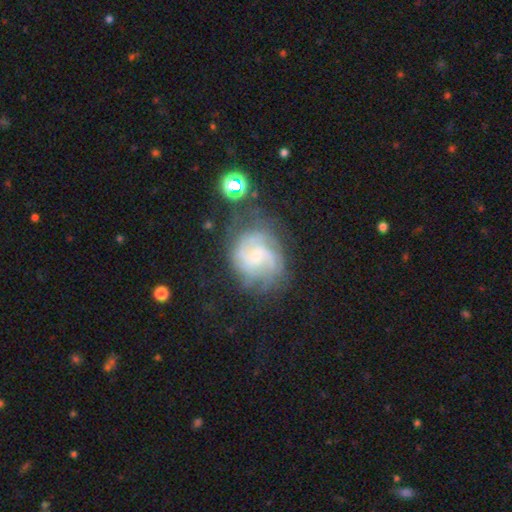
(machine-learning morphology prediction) Smooth or featured? Predicted: featured or disk (p=0.74). Edge-on disk? Predicted: no (p=0.98). Bar? Predicted: no (p=0.55). Spiral arms? Predicted: yes (p=0.90). Spiral winding? Predicted: medium (p=0.43). Spiral arm count? Predicted: can't tell (p=0.36). Bulge size? Predicted: small (p=0.70). Merging? Predicted: none (p=0.56).